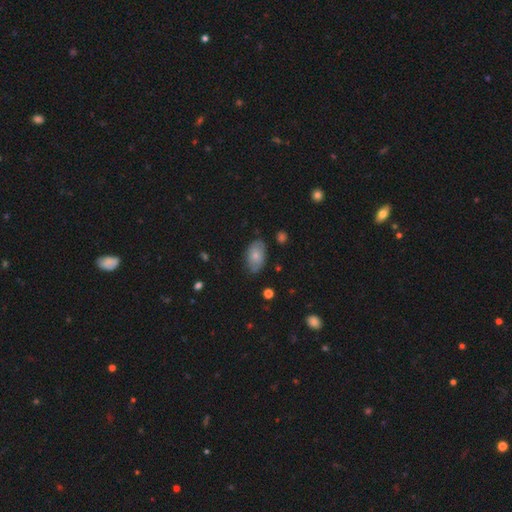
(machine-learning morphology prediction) Q: Smooth or featured?
A: smooth (65%); runner-up: featured or disk (28%)
Q: How rounded?
A: in between (91%); runner-up: round (7%)
Q: Merging?
A: none (71%); runner-up: minor disturbance (23%)